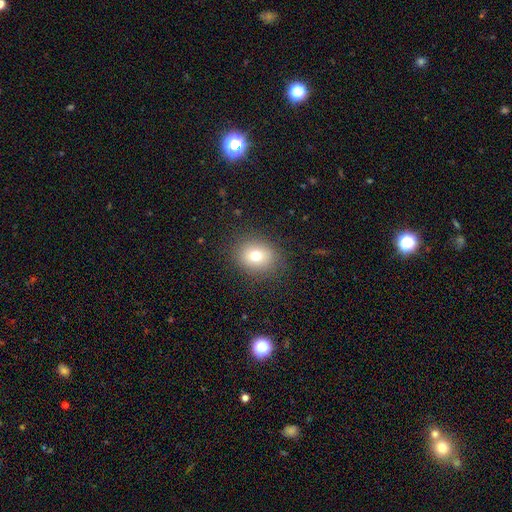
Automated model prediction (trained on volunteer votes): Q: Smooth or featured?
A: smooth (74%); runner-up: star or artifact (14%)
Q: How rounded?
A: round (65%); runner-up: in between (34%)
Q: Merging?
A: none (87%); runner-up: minor disturbance (8%)